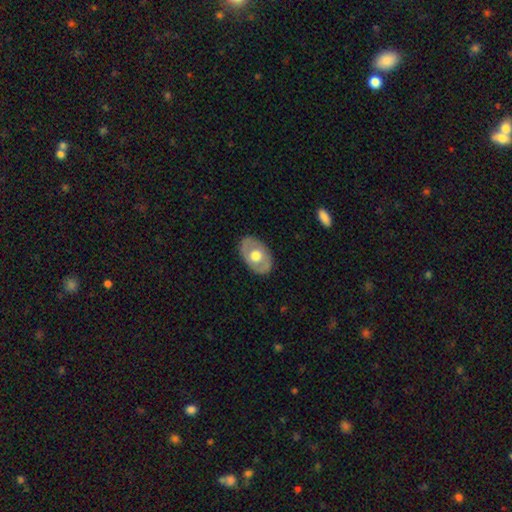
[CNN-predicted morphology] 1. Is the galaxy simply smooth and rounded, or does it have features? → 49% featured or disk, 46% smooth, 5% star or artifact.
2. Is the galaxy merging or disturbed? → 84% none, 12% minor disturbance, 3% major disturbance, 1% merger.